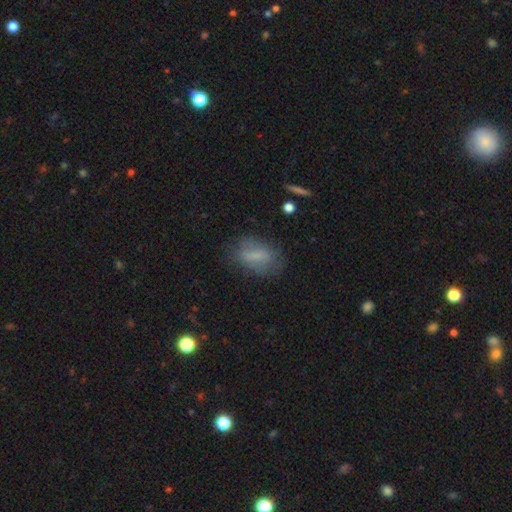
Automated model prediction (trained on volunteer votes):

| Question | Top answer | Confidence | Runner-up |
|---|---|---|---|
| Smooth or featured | smooth | 66% | featured or disk (24%) |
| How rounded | in between | 80% | round (13%) |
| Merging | none | 65% | minor disturbance (22%) |